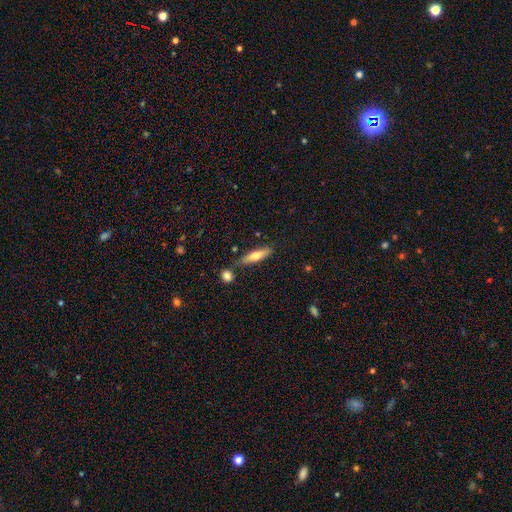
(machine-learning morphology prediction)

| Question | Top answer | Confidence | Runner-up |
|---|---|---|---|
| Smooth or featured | smooth | 59% | featured or disk (35%) |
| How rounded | cigar-shaped | 72% | in between (26%) |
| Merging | none | 76% | minor disturbance (13%) |